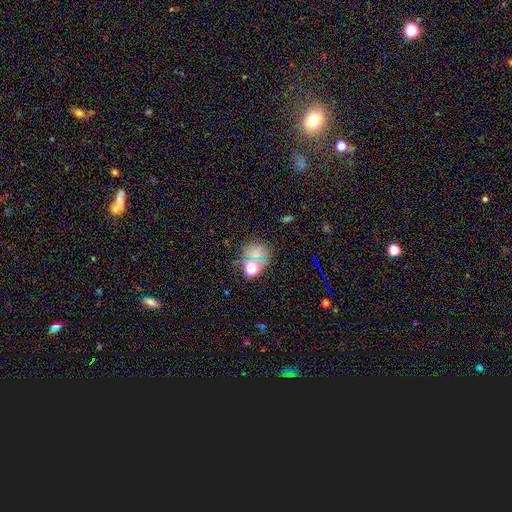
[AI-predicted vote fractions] A smooth galaxy with no disk features (52%) that is round (74%). Merging: none (71%).